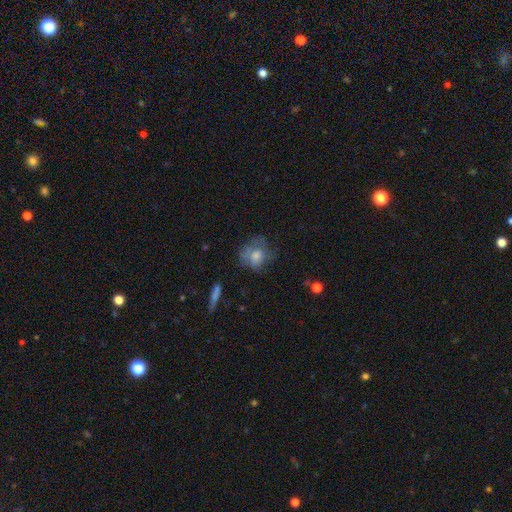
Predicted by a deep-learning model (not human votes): This is possibly a smooth galaxy (57%). How rounded: likely round (68%). Merging: possibly none (54%).